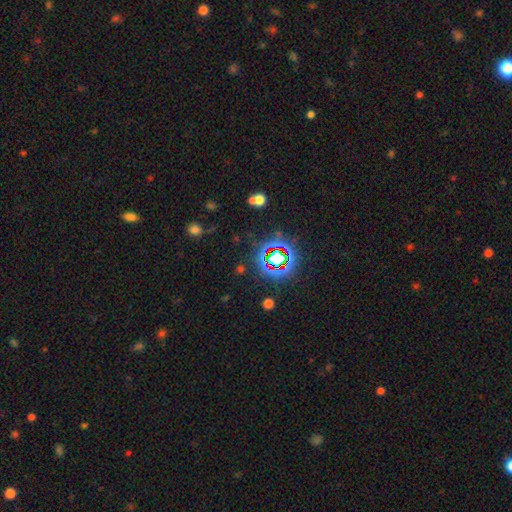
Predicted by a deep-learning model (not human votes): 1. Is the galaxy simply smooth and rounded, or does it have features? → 67% star or artifact, 18% smooth, 15% featured or disk.